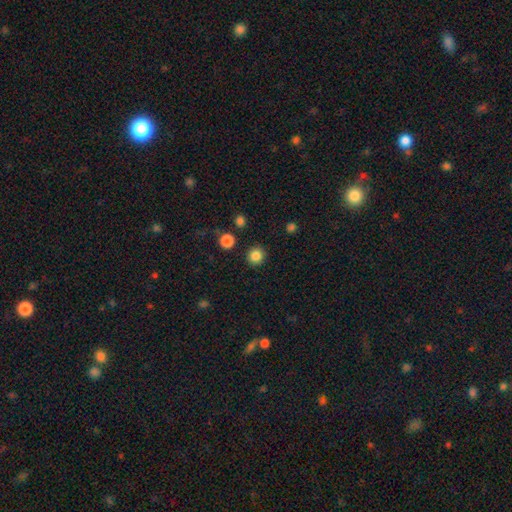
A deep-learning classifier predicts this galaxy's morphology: The model was most divided on "smooth or featured": smooth: 85%, star or artifact: 11%, featured or disk: 4%. More confident: how rounded — round (92%); merging — none (90%).